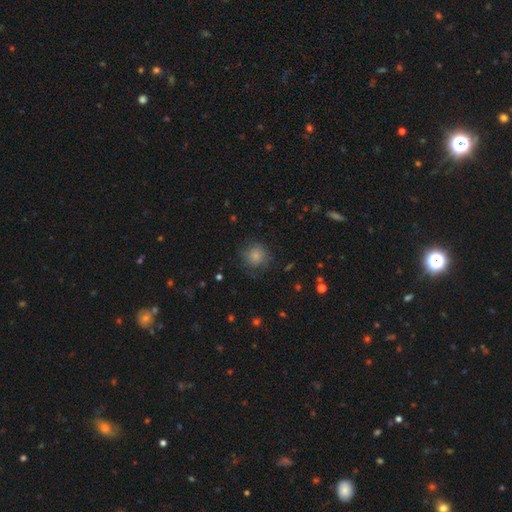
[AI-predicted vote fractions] A smooth galaxy with no disk features (79%) that is round (89%).

Vote fractions:
- Smooth or featured? smooth: 79% / featured or disk: 11% / star or artifact: 10%
- How rounded? round: 89% / in between: 10% / cigar-shaped: 1%
- Merging? none: 72% / minor disturbance: 18% / major disturbance: 8% / merger: 1%